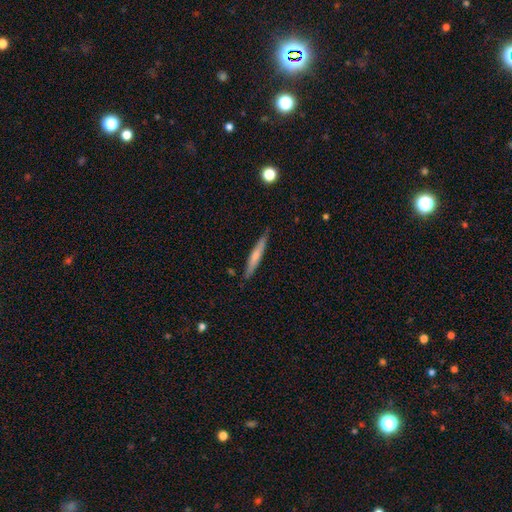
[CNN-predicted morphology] type=smooth (57%); roundness=cigar-shaped (95%); merging=none (87%).